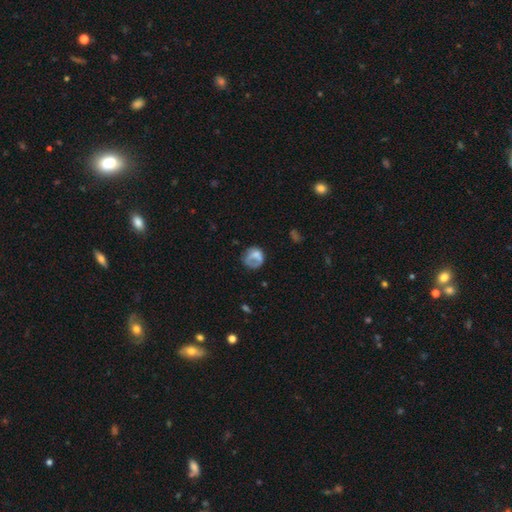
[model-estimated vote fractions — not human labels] Morphology: type=smooth (59%); roundness=round (75%); merging=none (42%).